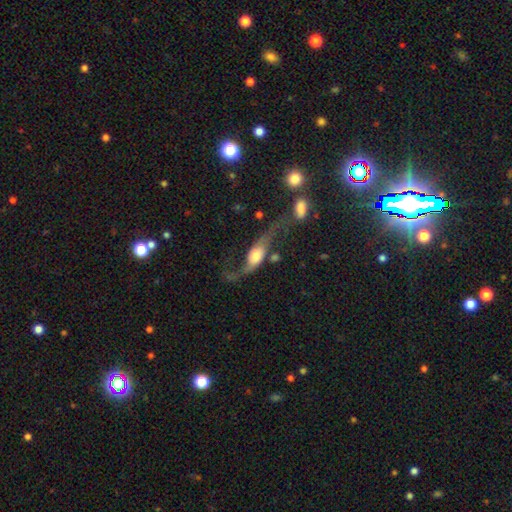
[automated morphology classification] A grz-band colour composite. It shows a featured or disk galaxy (72%) with no bar (62%), 2 (89%) loose (91%) spiral arms (87%) and a moderate central bulge (44%). Merging: none (35%).